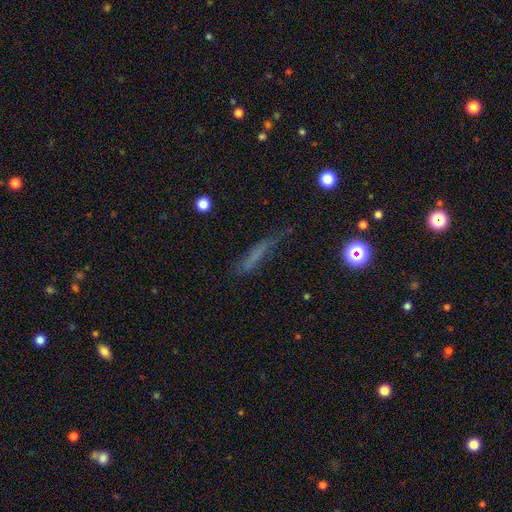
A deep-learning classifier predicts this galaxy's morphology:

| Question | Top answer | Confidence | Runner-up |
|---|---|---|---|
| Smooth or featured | smooth | 52% | featured or disk (30%) |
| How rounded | cigar-shaped | 82% | in between (13%) |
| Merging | none | 50% | minor disturbance (28%) |